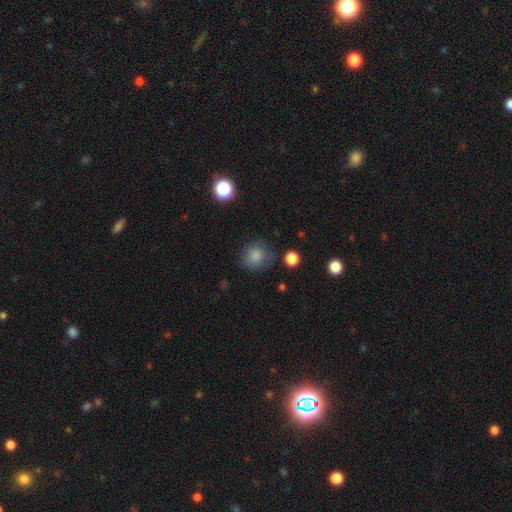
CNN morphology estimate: A smooth galaxy with no disk features (84%) that is round (86%).

Vote fractions:
- Smooth or featured? smooth: 84% / star or artifact: 11% / featured or disk: 5%
- How rounded? round: 86% / in between: 13% / cigar-shaped: 1%
- Merging? none: 77% / minor disturbance: 15% / major disturbance: 5% / merger: 2%